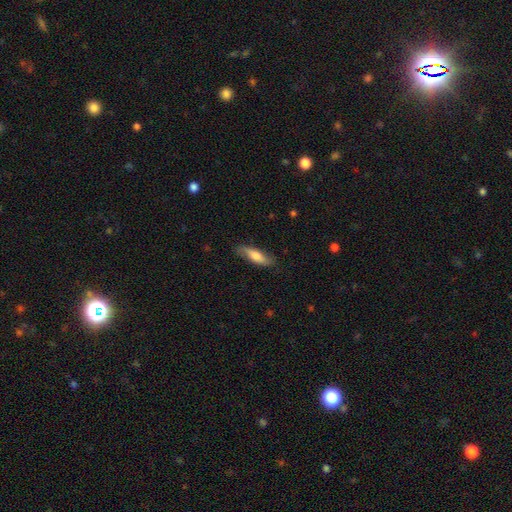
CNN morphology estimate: Smooth or featured?
  - smooth: 62% *
  - featured or disk: 32%
  - star or artifact: 6%
How rounded?
  - cigar-shaped: 52% *
  - in between: 45%
  - round: 2%
Merging?
  - none: 78% *
  - minor disturbance: 17%
  - major disturbance: 4%
  - merger: 1%